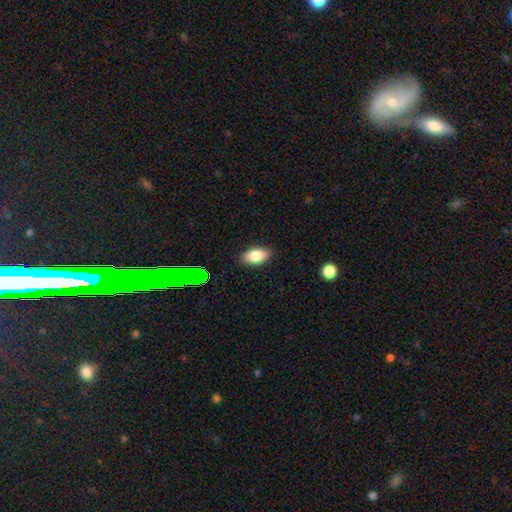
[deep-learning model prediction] Smooth or featured? smooth (83%)
How rounded? in between (92%)
Merging? none (87%)